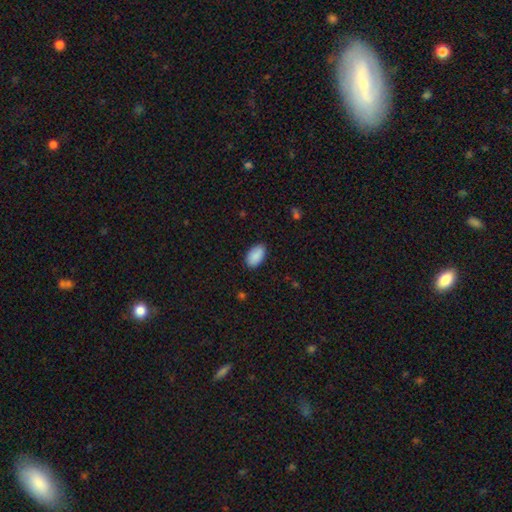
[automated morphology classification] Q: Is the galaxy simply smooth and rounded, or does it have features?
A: smooth — 90%.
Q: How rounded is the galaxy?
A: in between — 95%.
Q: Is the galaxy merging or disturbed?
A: none — 87%.